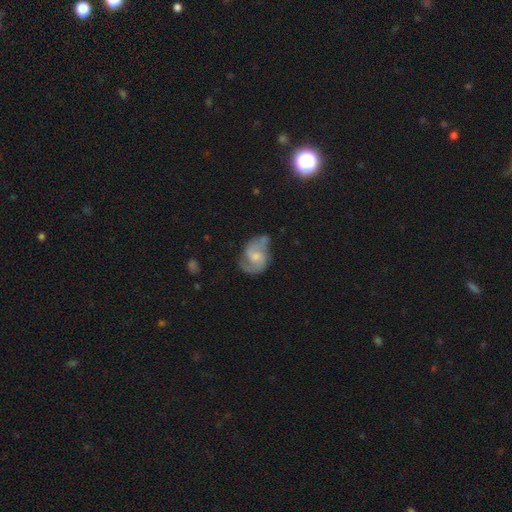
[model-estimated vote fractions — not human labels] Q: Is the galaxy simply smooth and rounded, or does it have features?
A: featured or disk — 79%.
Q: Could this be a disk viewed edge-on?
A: no — 98%.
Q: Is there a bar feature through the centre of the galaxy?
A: no — 47%.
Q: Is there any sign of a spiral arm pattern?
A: yes — 93%.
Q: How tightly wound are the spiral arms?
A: medium — 52%.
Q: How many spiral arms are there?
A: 2 — 86%.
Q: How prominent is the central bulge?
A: small — 44%.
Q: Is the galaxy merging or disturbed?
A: none — 54%.